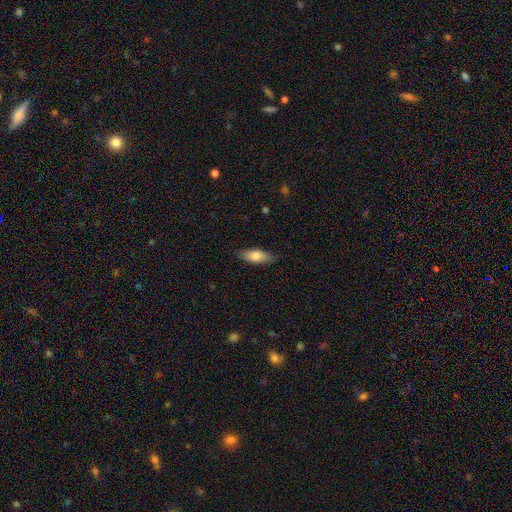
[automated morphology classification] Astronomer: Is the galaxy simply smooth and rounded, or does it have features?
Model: smooth — 77%.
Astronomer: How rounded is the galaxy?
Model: in between — 72%.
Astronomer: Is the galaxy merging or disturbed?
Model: none — 86%.